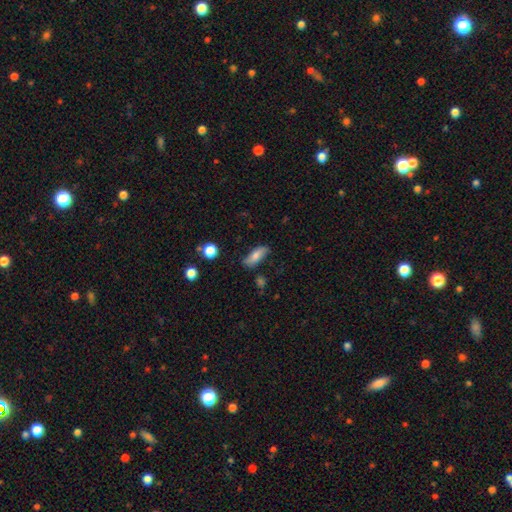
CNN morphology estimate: smooth-or-featured: smooth: 72% | featured or disk: 20% | star or artifact: 8%
  how-rounded: in between: 72% | cigar-shaped: 24% | round: 4%
  merging: none: 76% | minor disturbance: 18% | major disturbance: 4% | merger: 2%